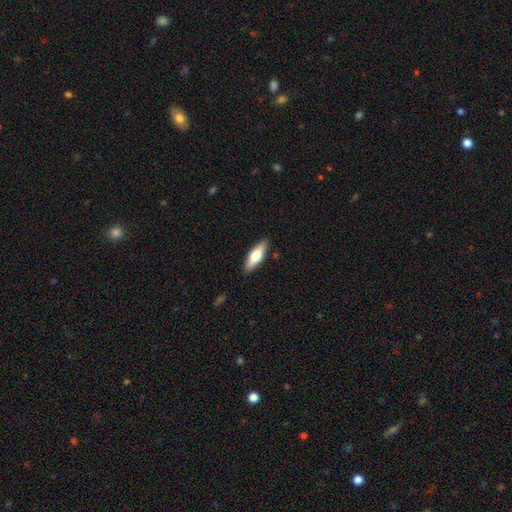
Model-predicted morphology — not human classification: A smooth galaxy with no disk features (62%) that is in between round and cigar-shaped (52%). Merging: none (89%).